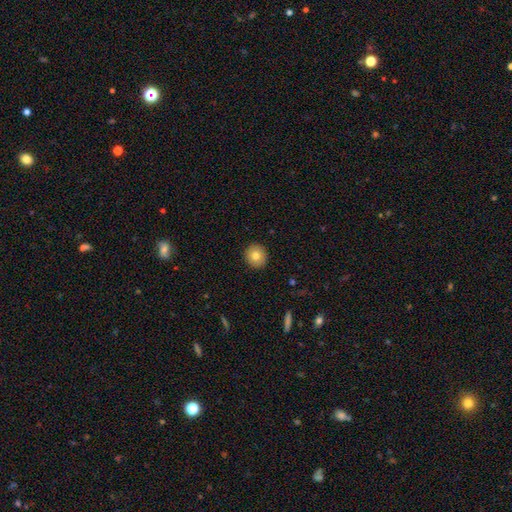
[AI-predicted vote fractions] This is likely a smooth galaxy (80%). How rounded: clearly round (90%). Merging: clearly none (92%).